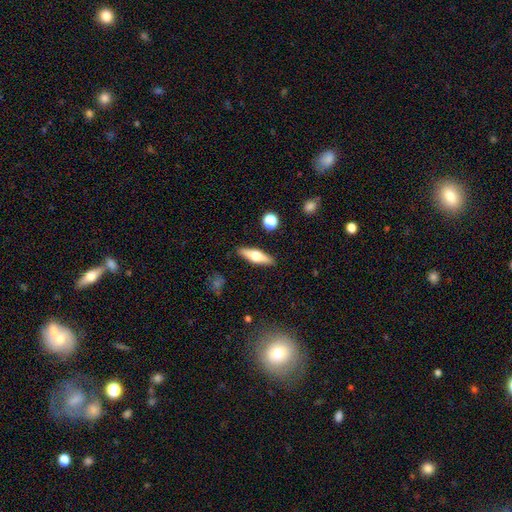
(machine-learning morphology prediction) Smooth or featured? smooth (48%)
Merging? none (89%)